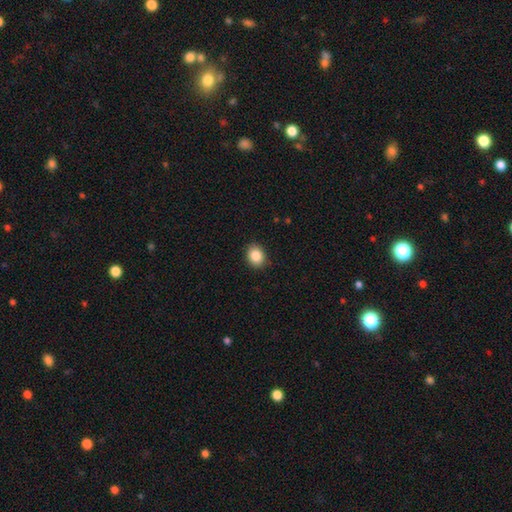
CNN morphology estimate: type=smooth (87%); roundness=round (55%); merging=none (89%).